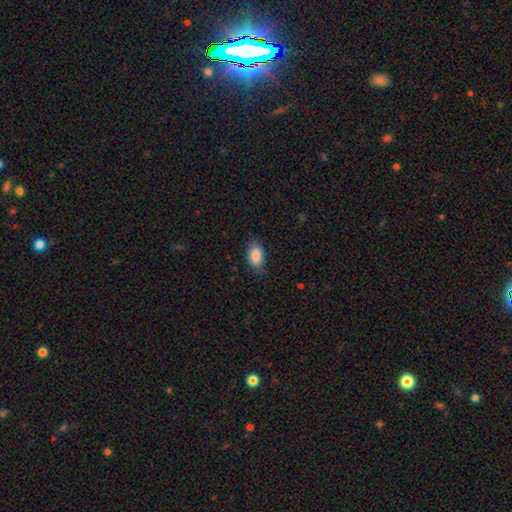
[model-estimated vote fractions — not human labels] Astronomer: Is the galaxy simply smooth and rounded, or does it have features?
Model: smooth — 88%.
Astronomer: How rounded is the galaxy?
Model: in between — 91%.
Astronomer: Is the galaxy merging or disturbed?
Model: none — 74%.